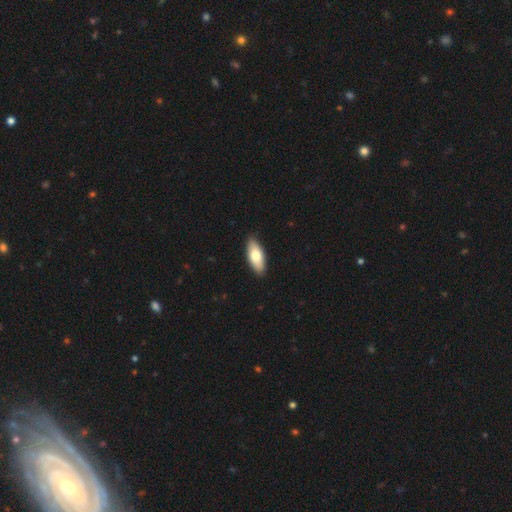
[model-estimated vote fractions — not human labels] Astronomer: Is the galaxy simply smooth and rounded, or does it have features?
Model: smooth — 75%.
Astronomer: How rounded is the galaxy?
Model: in between — 81%.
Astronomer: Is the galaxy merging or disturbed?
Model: none — 89%.